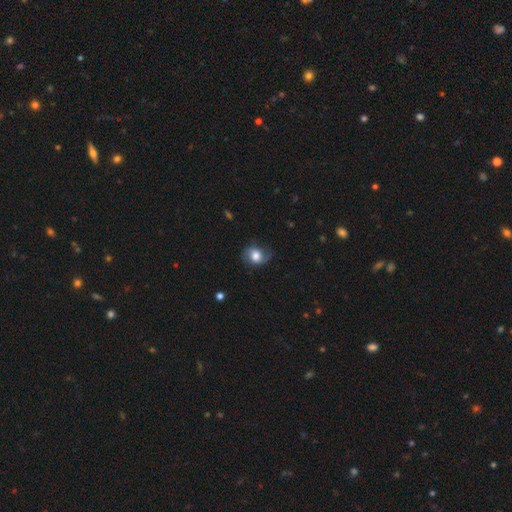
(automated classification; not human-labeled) This appears to be a smooth galaxy with no disk features (52%) that is round (51%). Merging: none (69%).